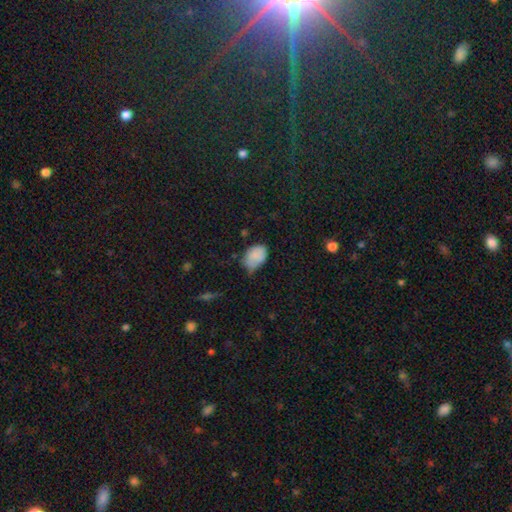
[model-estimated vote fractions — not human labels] smooth 81%, star or artifact 10%, featured or disk 9%. Down the decision tree: how rounded — in between (77%); merging — minor disturbance (47%).